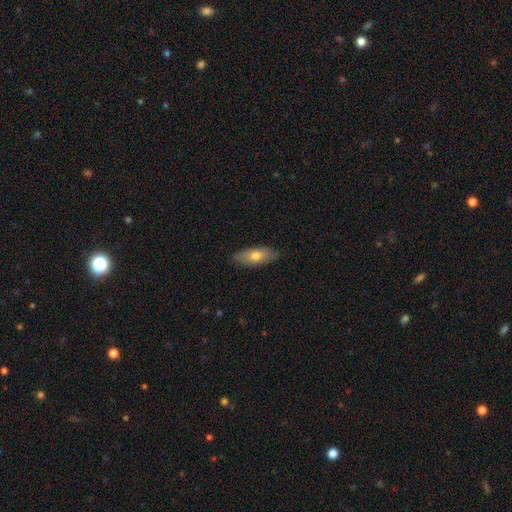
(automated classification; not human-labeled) Overall: smooth (66%; featured or disk 28%). How rounded: in between (75%). Merging: none (84%).